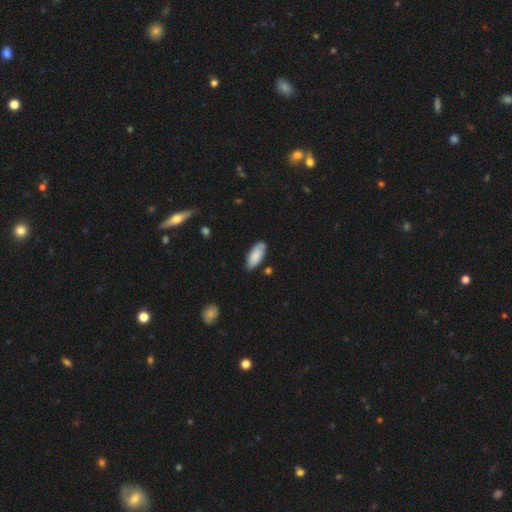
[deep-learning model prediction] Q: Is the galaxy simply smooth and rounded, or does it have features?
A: smooth — 82%.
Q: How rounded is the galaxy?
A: in between — 87%.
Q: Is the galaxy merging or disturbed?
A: none — 80%.